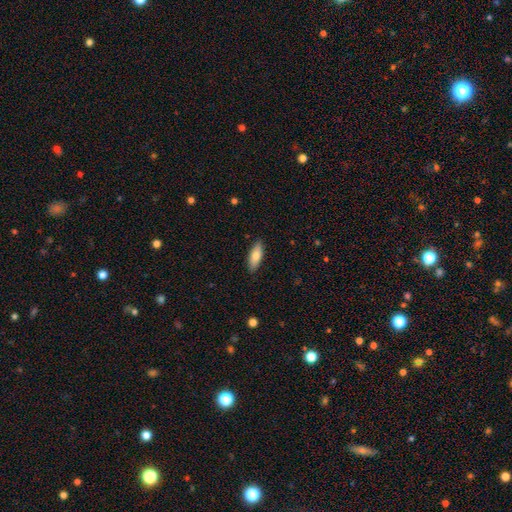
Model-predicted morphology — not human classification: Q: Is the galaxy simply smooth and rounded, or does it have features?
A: smooth — 77%.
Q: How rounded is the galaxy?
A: in between — 65%.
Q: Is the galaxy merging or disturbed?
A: none — 88%.